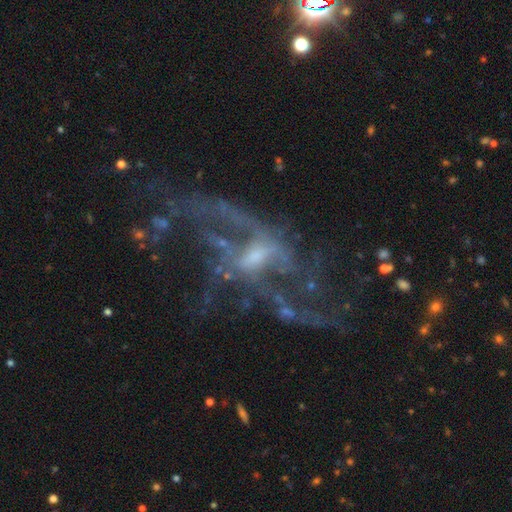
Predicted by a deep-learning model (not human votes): Morphology: type=featured or disk (80%); edge-on=no (95%); bar=weak (45%); spiral arms=yes (77%); winding=loose (66%); arm count=2 (51%); bulge=small (50%); merging=major disturbance (40%).